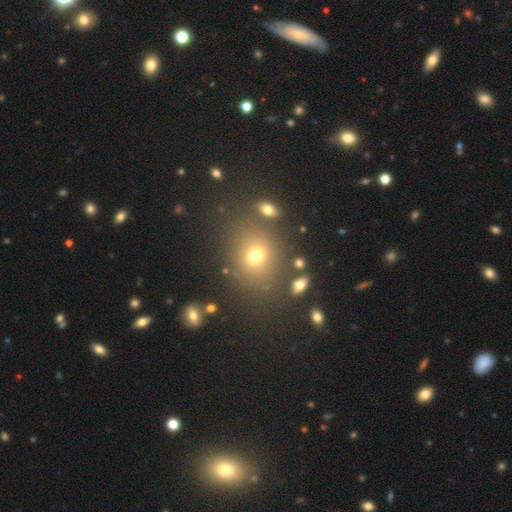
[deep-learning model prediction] This is likely a smooth galaxy (67%). How rounded: possibly round (56%). Merging: likely none (76%).